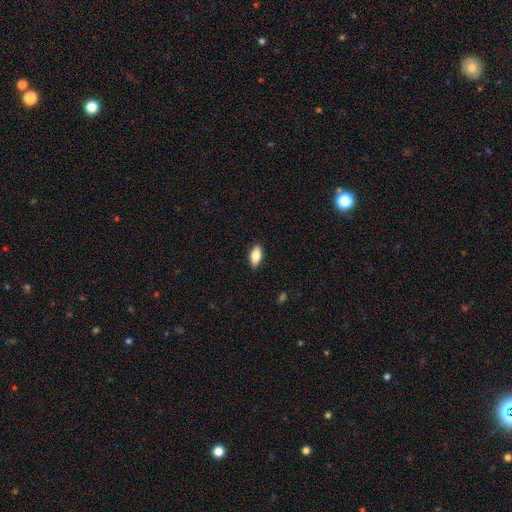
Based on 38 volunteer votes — Smooth or featured?
  - smooth: 84% *
  - featured or disk: 11%
  - star or artifact: 5%
How rounded?
  - in between: 88% *
  - cigar-shaped: 12%
  - round: 0%
Merging?
  - none: 97% *
  - minor disturbance: 3%
  - major disturbance: 0%
  - merger: 0%